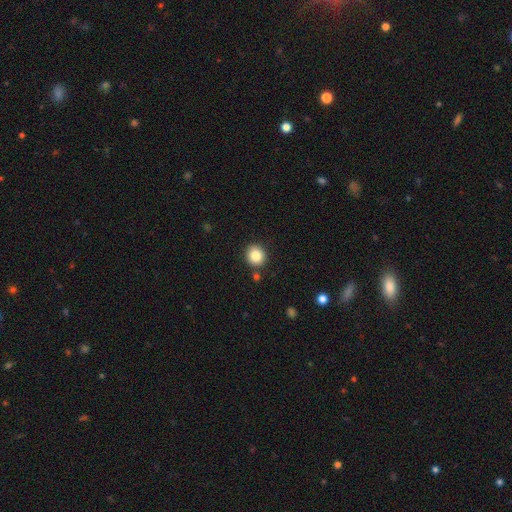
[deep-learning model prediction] A smooth galaxy with no disk features (84%) that is round (86%).

Vote fractions:
- Smooth or featured? smooth: 84% / star or artifact: 10% / featured or disk: 6%
- How rounded? round: 86% / in between: 13% / cigar-shaped: 1%
- Merging? none: 86% / minor disturbance: 7% / merger: 4% / major disturbance: 2%